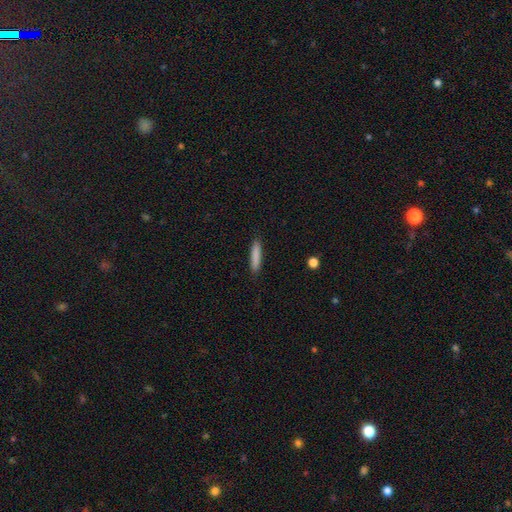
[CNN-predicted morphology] Smooth or featured? smooth (85%)
How rounded? cigar-shaped (88%)
Merging? none (90%)